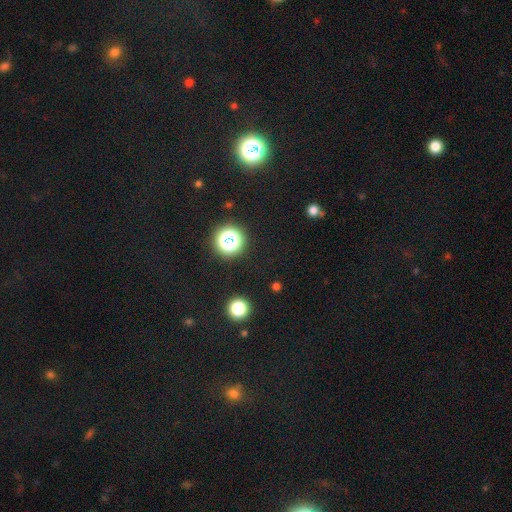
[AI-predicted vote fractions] smooth_or_featured: star or artifact (p=0.66) [alt: smooth p=0.27]